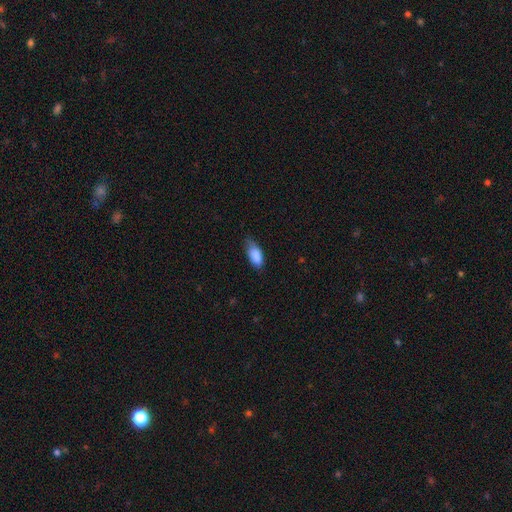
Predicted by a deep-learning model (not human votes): Smooth or featured? smooth (87%)
How rounded? in between (87%)
Merging? none (52%)